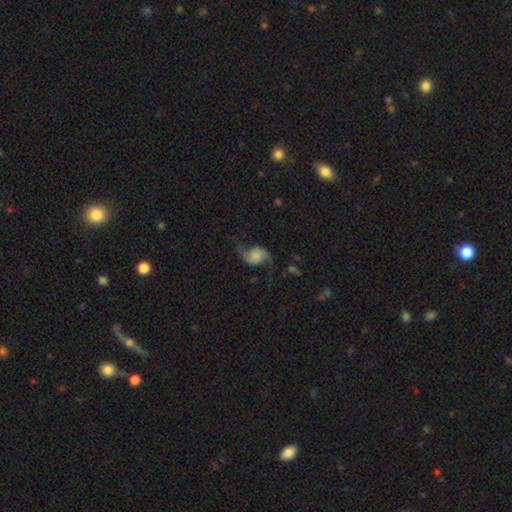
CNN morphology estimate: This appears to be a featured or disk galaxy (78%) with no bar (66%), 2 (93%) loose (82%) spiral arms (95%) and no central bulge (32%). Merging: none (66%).